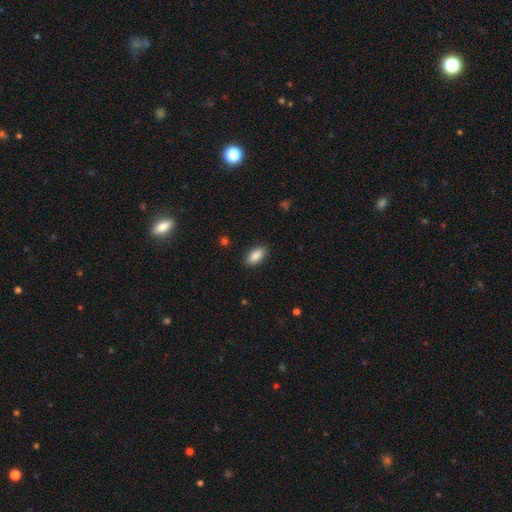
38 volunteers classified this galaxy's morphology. smooth 87%, star or artifact 8%, featured or disk 5%. Down the decision tree: how rounded — in between (94%); merging — none (83%).